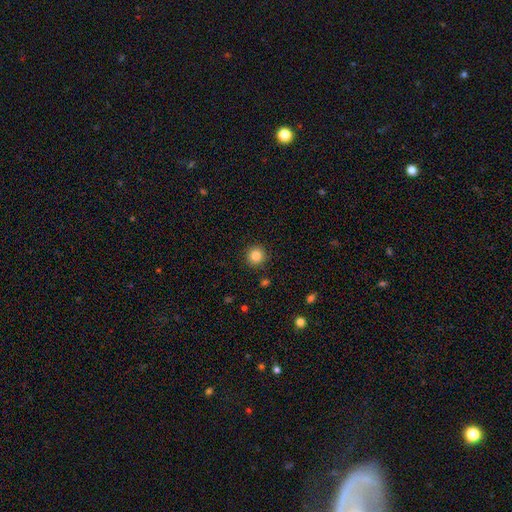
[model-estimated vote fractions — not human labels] This appears to be a smooth galaxy with no disk features (84%) that is round (94%). Merging: none (91%).